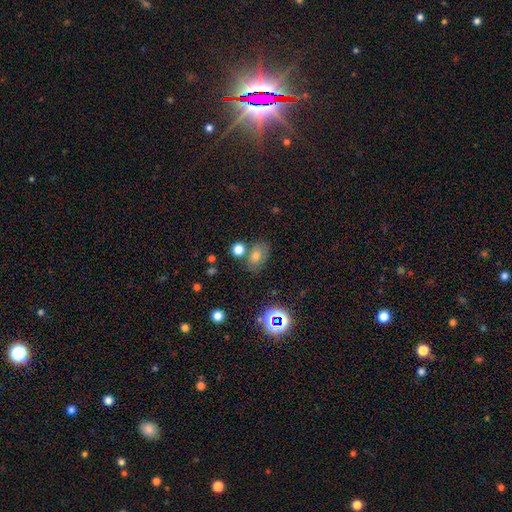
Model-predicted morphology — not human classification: Smooth or featured: smooth — 66% (star or artifact — 20%)
How rounded: in between — 74% (round — 24%)
Merging: none — 64% (minor disturbance — 15%)